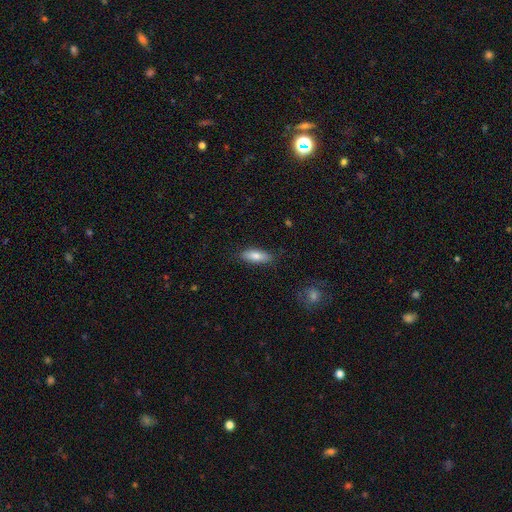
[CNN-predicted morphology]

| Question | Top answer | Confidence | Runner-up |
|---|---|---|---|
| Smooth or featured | smooth | 76% | featured or disk (17%) |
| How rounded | in between | 64% | cigar-shaped (34%) |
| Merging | none | 86% | minor disturbance (11%) |